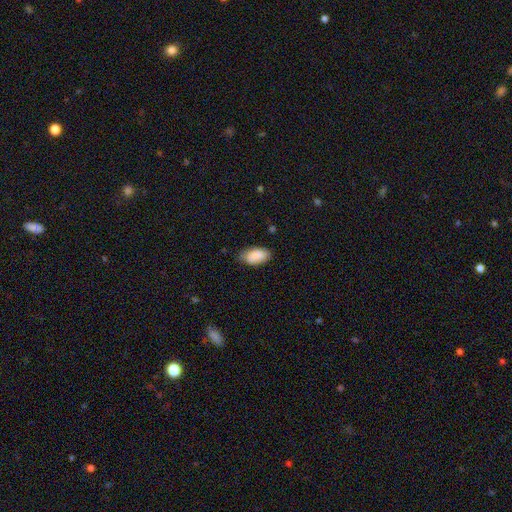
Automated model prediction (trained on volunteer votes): Q: Smooth or featured?
A: smooth (86%); runner-up: featured or disk (8%)
Q: How rounded?
A: in between (94%); runner-up: round (4%)
Q: Merging?
A: none (69%); runner-up: minor disturbance (25%)